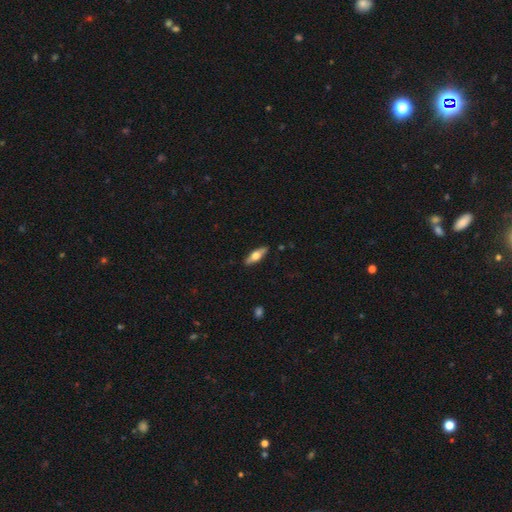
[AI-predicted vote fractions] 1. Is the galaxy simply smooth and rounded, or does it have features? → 50% smooth, 45% featured or disk, 6% star or artifact.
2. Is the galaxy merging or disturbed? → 88% none, 9% minor disturbance, 2% major disturbance, 1% merger.